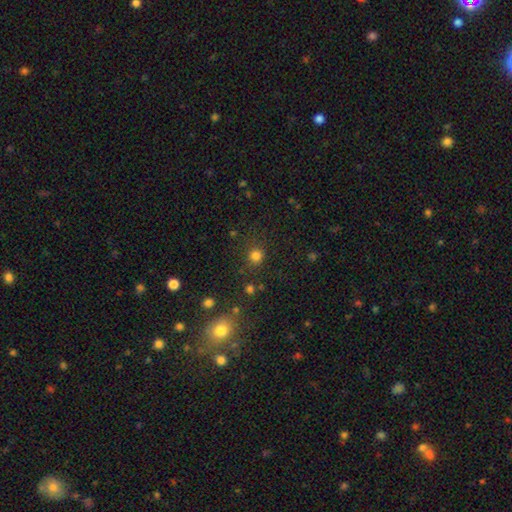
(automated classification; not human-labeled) Morphology: type=smooth (80%); roundness=round (90%); merging=none (83%).